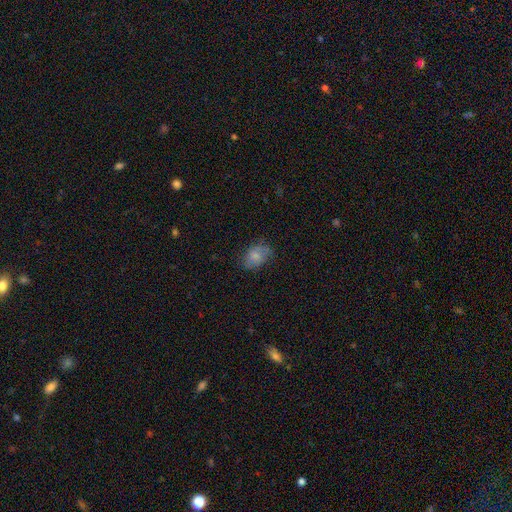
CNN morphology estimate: This is likely a smooth galaxy (74%). How rounded: likely in between (79%). Merging: likely none (63%).